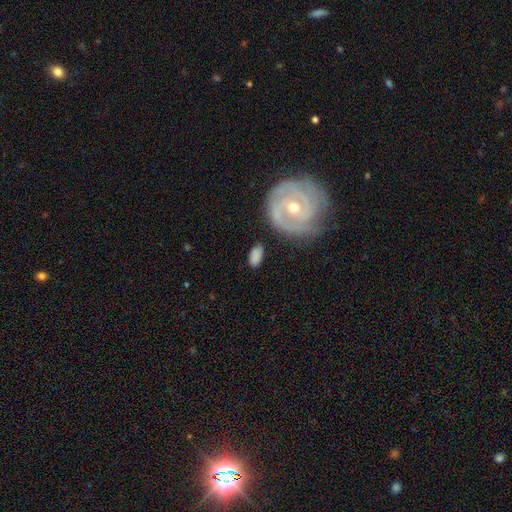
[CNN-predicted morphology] Smooth or featured? smooth (77%)
How rounded? in between (91%)
Merging? none (74%)